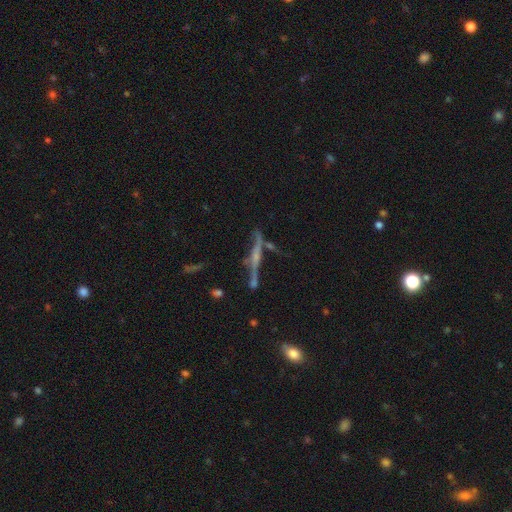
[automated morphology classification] Smooth or featured?
  - featured or disk: 76% *
  - smooth: 14%
  - star or artifact: 10%
Edge-on disk?
  - yes: 94% *
  - no: 6%
Edge-on bulge?
  - rounded: 64% *
  - none: 21%
  - boxy: 15%
Merging?
  - none: 68% *
  - minor disturbance: 15%
  - merger: 10%
  - major disturbance: 7%